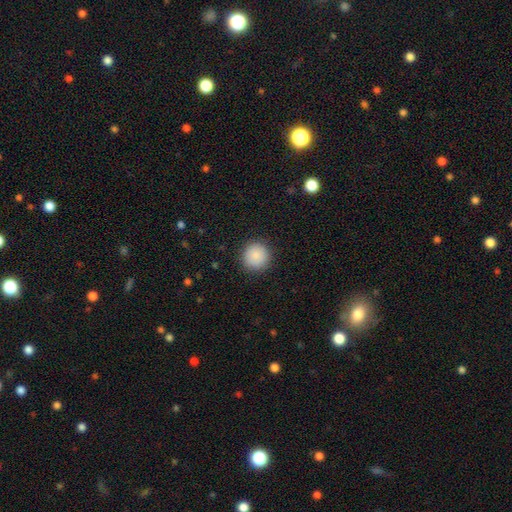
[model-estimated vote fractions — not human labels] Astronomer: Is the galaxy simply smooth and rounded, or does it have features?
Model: smooth — 88%.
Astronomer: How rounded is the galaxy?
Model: round — 94%.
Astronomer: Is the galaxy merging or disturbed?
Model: none — 91%.